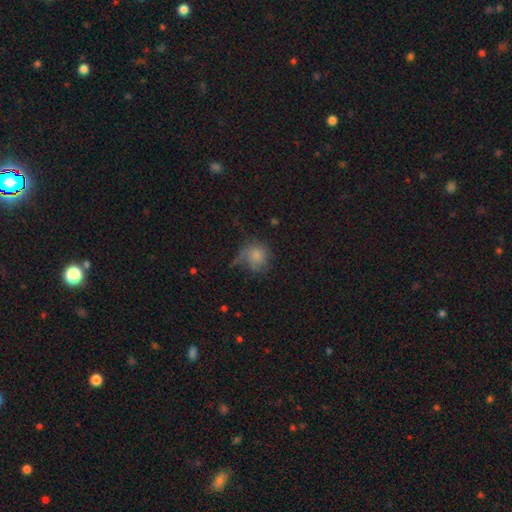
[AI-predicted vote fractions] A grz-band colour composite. It shows a smooth galaxy with no disk features (69%) that is round (80%). Merging: none (43%).